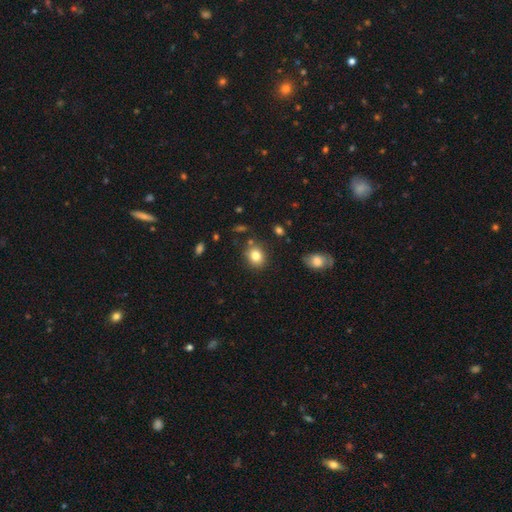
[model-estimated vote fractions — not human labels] smooth-or-featured: smooth: 82% | star or artifact: 10% | featured or disk: 8%
  how-rounded: round: 59% | in between: 40% | cigar-shaped: 1%
  merging: none: 81% | minor disturbance: 12% | merger: 4% | major disturbance: 3%